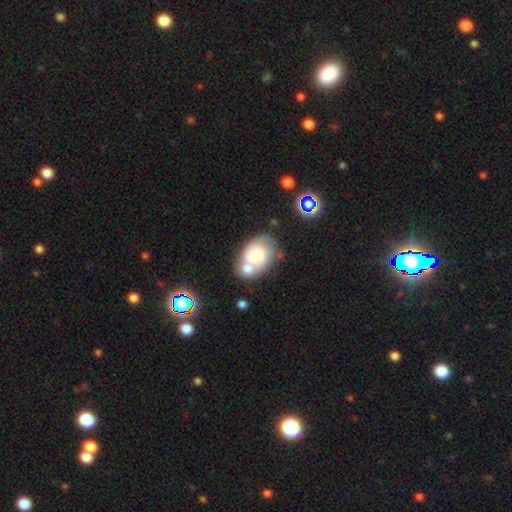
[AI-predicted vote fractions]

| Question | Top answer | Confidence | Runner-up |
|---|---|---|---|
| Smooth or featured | smooth | 61% | featured or disk (31%) |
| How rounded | in between | 77% | round (22%) |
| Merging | merger | 42% | none (33%) |